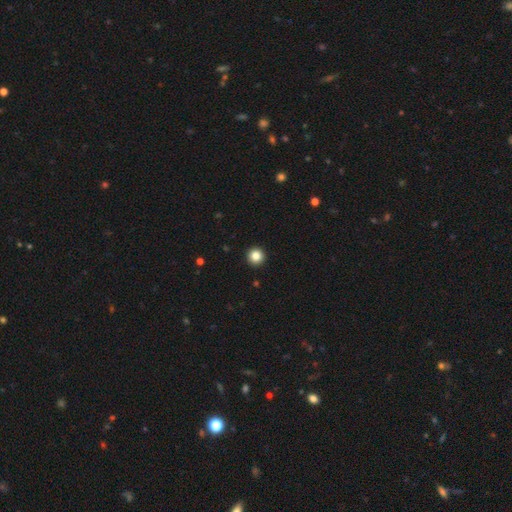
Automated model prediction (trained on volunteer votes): smooth_or_featured: smooth (p=0.85) [alt: star or artifact p=0.11]
how_rounded: round (p=0.96) [alt: in between p=0.03]
merging: none (p=0.94) [alt: minor disturbance p=0.04]